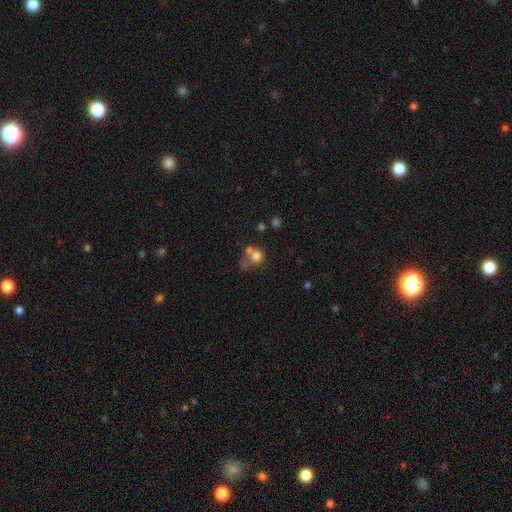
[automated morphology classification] Smooth or featured?
  - smooth: 71% *
  - featured or disk: 16%
  - star or artifact: 13%
How rounded?
  - round: 77% *
  - in between: 22%
  - cigar-shaped: 1%
Merging?
  - merger: 45% *
  - none: 31%
  - major disturbance: 12%
  - minor disturbance: 12%